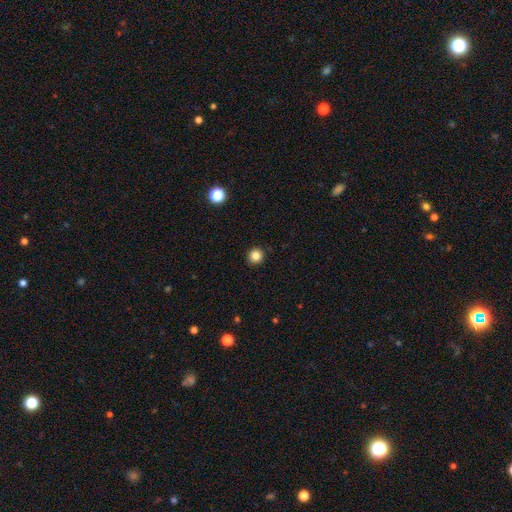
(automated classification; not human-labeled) The model was most divided on "smooth or featured": smooth: 85%, star or artifact: 12%, featured or disk: 4%. More confident: how rounded — round (94%); merging — none (93%).